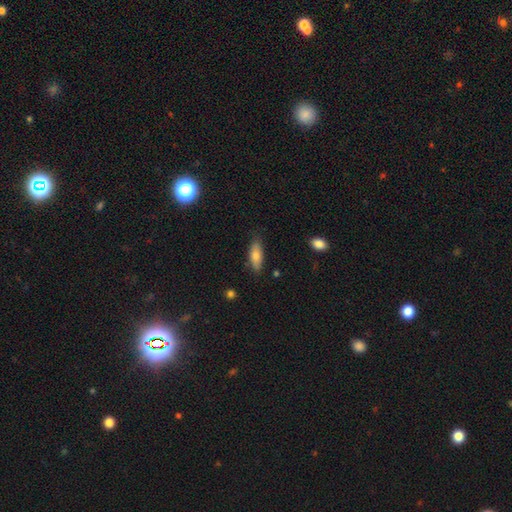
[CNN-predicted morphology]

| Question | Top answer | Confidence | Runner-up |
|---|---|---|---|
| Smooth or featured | smooth | 75% | featured or disk (18%) |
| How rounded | in between | 64% | cigar-shaped (33%) |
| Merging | none | 82% | minor disturbance (14%) |